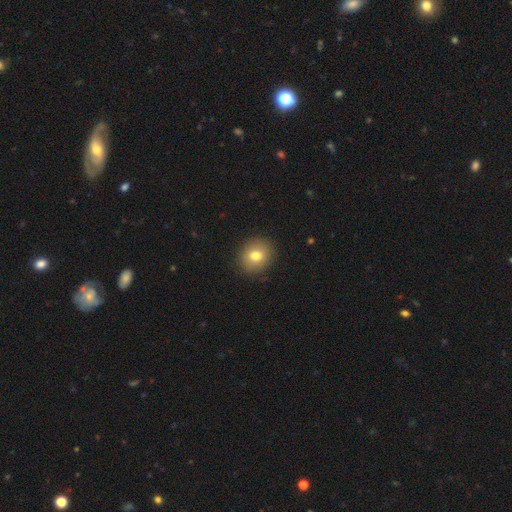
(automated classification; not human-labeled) Morphology: type=smooth (76%); roundness=round (73%); merging=none (89%).